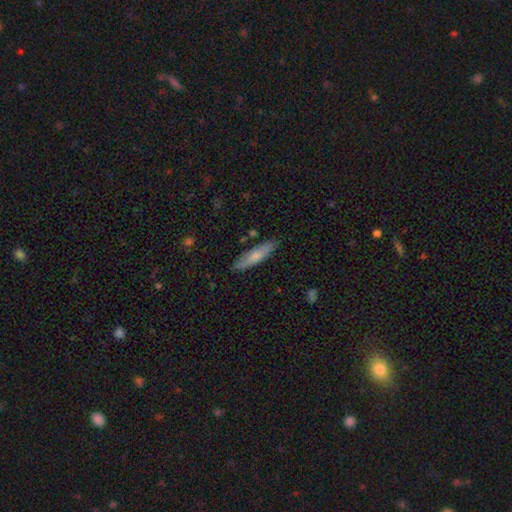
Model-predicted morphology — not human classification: type=smooth (68%); roundness=cigar-shaped (79%); merging=none (86%).